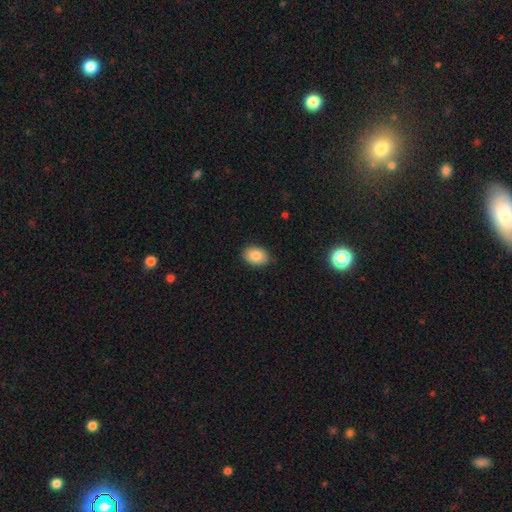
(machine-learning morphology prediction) smooth_or_featured: smooth (p=0.85) [alt: star or artifact p=0.07]
how_rounded: in between (p=0.78) [alt: round p=0.21]
merging: none (p=0.87) [alt: minor disturbance p=0.10]